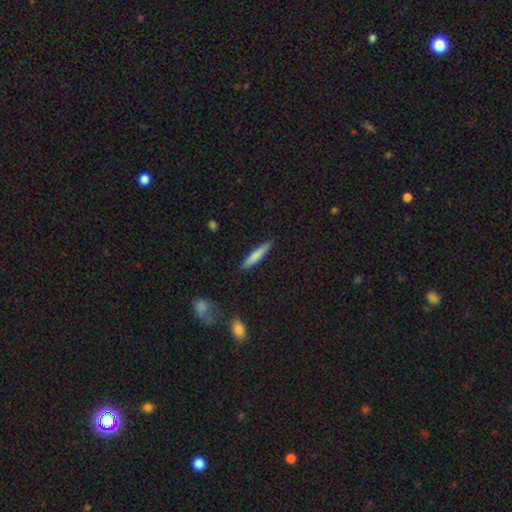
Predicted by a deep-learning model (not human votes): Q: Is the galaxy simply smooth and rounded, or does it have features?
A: smooth — 73%.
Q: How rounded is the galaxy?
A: cigar-shaped — 92%.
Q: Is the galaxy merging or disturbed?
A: none — 88%.